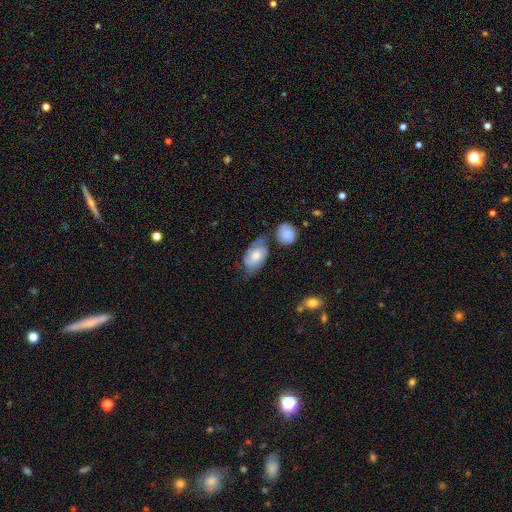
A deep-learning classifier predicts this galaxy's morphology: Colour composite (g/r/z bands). It shows a smooth galaxy with no disk features (52%) that is in between round and cigar-shaped (87%). Merging: none (44%).